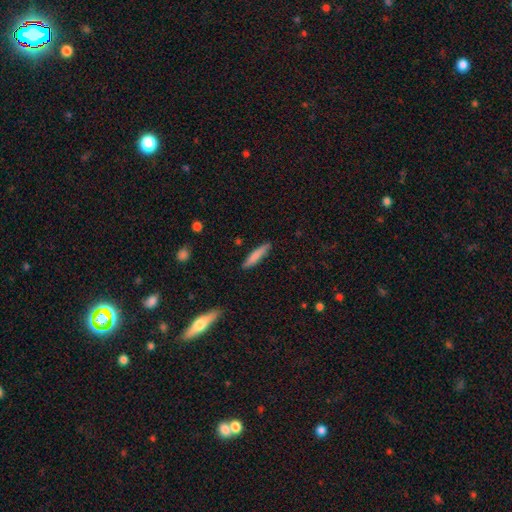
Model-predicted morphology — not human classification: A smooth galaxy with no disk features (78%) that is cigar-shaped (88%). Merging: none (87%).